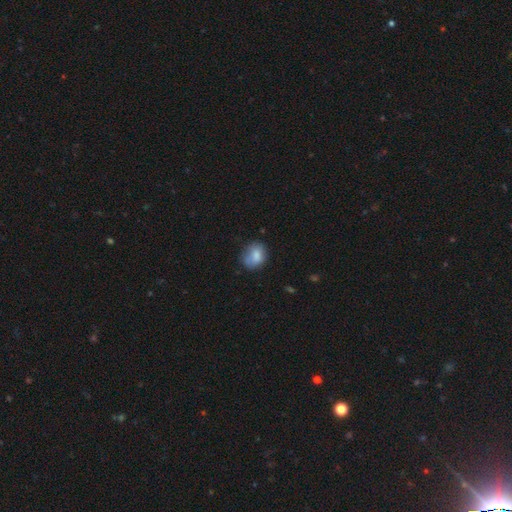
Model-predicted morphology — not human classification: Overall: smooth (77%). How rounded: round (51%; in between 48%). Merging: none (57%; minor disturbance 29%).